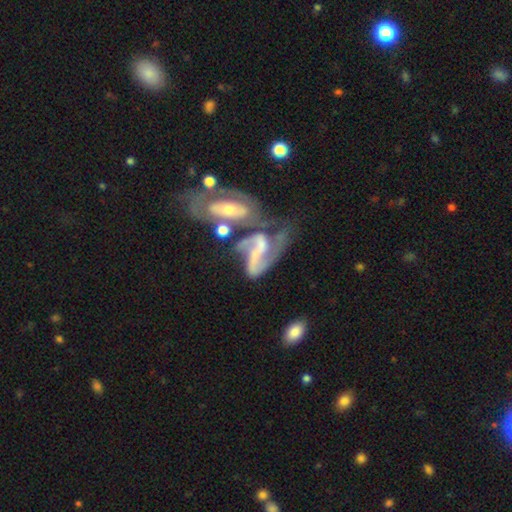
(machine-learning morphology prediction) Smooth or featured? Predicted: featured or disk (p=0.79). Edge-on disk? Predicted: no (p=0.95). Bar? Predicted: weak (p=0.36). Spiral arms? Predicted: yes (p=0.87). Spiral winding? Predicted: loose (p=0.54). Spiral arm count? Predicted: 2 (p=0.79). Bulge size? Predicted: none (p=0.40). Merging? Predicted: merger (p=0.42).